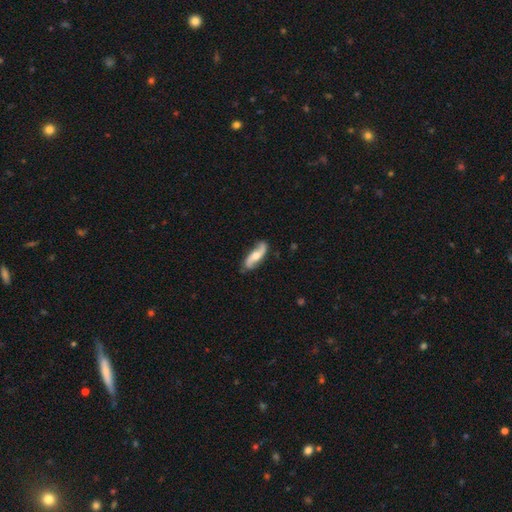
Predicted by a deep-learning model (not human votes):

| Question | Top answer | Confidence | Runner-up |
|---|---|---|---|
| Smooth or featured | featured or disk | 68% | smooth (27%) |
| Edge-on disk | no | 84% | yes (16%) |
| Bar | no | 59% | weak (29%) |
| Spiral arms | yes | 93% | no (7%) |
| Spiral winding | loose | 70% | medium (21%) |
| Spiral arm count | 2 | 92% | can't tell (4%) |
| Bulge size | moderate | 64% | small (22%) |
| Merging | none | 81% | minor disturbance (14%) |